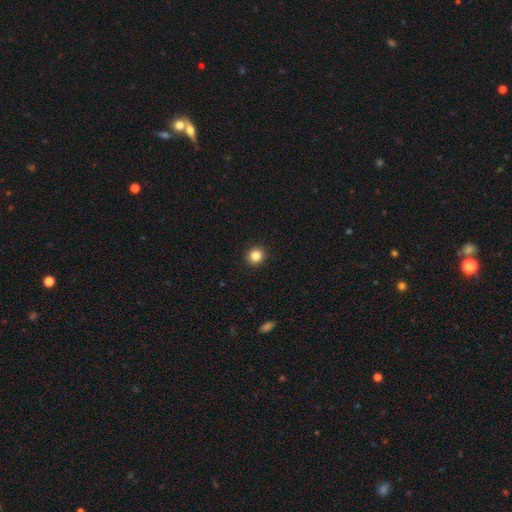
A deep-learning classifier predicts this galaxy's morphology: Smooth or featured? smooth (85%)
How rounded? round (93%)
Merging? none (93%)